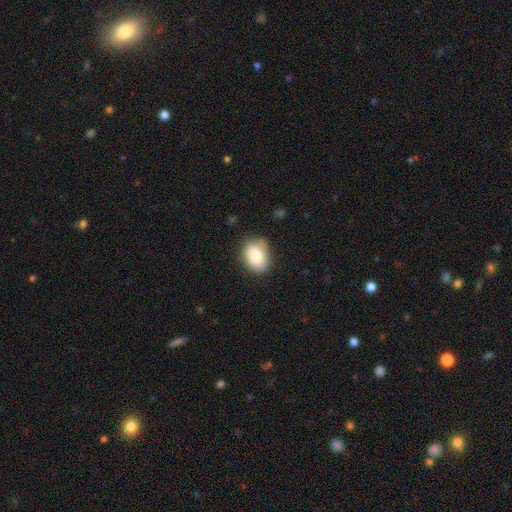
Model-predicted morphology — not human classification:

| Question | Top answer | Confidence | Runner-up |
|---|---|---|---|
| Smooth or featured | smooth | 84% | featured or disk (8%) |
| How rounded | in between | 76% | round (23%) |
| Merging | none | 72% | minor disturbance (21%) |